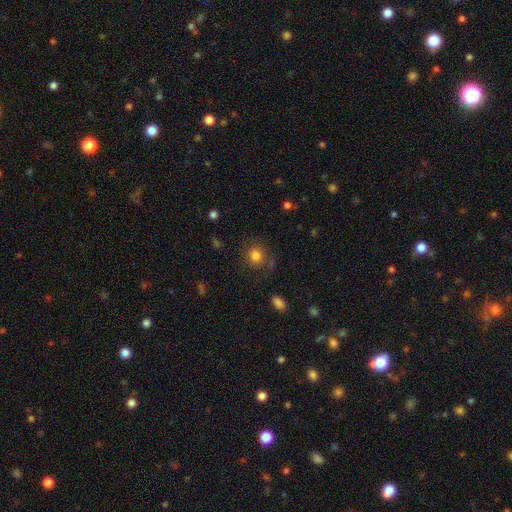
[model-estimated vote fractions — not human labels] Overall: smooth (81%). How rounded: round (85%). Merging: none (77%).